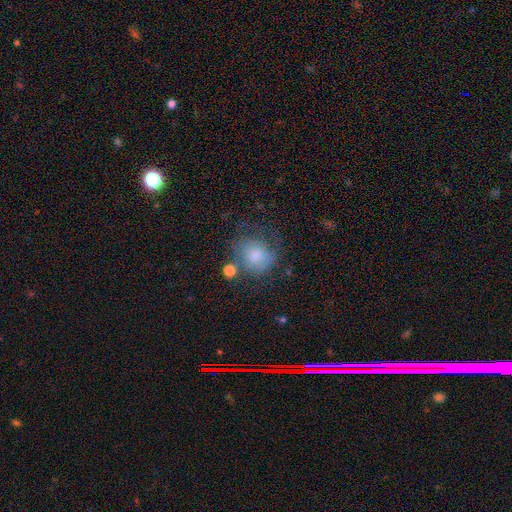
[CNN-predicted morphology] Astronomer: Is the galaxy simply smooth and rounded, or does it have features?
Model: smooth — 70%.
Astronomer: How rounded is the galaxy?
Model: round — 72%.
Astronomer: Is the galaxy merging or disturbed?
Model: none — 44% (runner-up: minor disturbance, 24%).